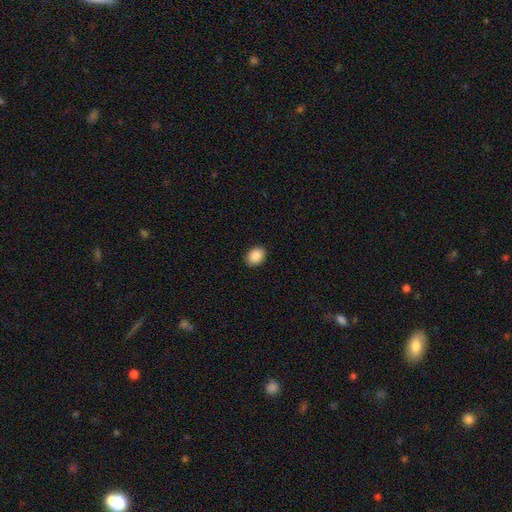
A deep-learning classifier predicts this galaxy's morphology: A smooth galaxy with no disk features (88%) that is in between round and cigar-shaped (62%).

Vote fractions:
- Smooth or featured? smooth: 88% / star or artifact: 8% / featured or disk: 4%
- How rounded? in between: 62% / round: 38% / cigar-shaped: 1%
- Merging? none: 91% / minor disturbance: 7% / major disturbance: 2% / merger: 1%